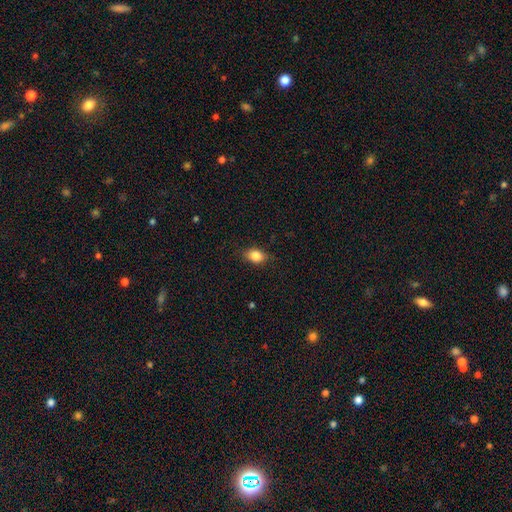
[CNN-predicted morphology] Smooth or featured?
  - smooth: 84% *
  - star or artifact: 9%
  - featured or disk: 7%
How rounded?
  - in between: 70% *
  - round: 28%
  - cigar-shaped: 2%
Merging?
  - none: 80% *
  - minor disturbance: 15%
  - major disturbance: 3%
  - merger: 1%